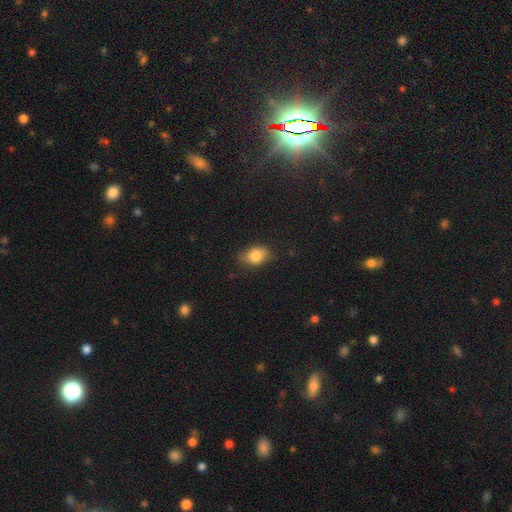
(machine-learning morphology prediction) Smooth or featured: smooth — 81% (featured or disk — 11%)
How rounded: in between — 79% (round — 19%)
Merging: none — 76% (minor disturbance — 19%)